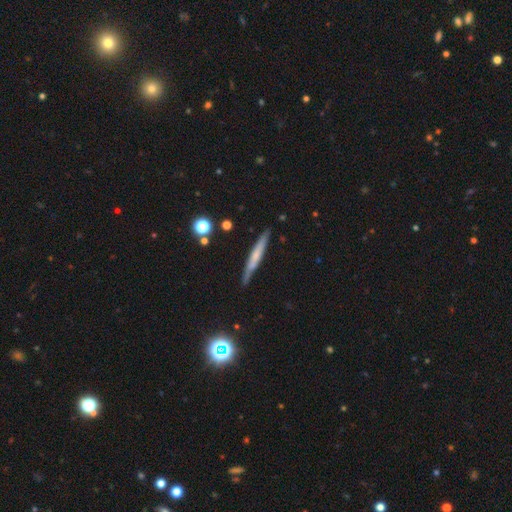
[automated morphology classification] Smooth or featured? Predicted: featured or disk (p=0.47). Merging? Predicted: none (p=0.84).